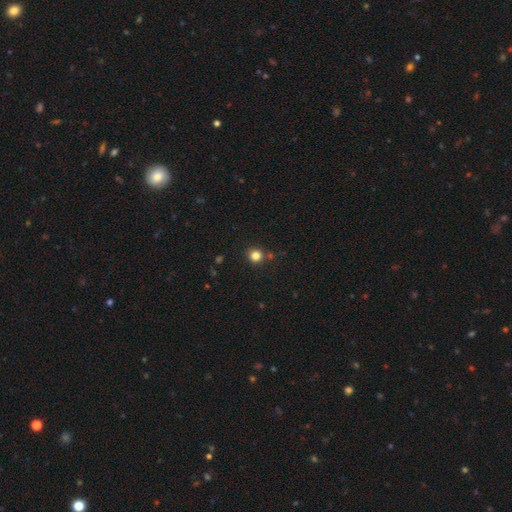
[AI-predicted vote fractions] Morphology: type=smooth (82%); roundness=round (90%); merging=none (83%).